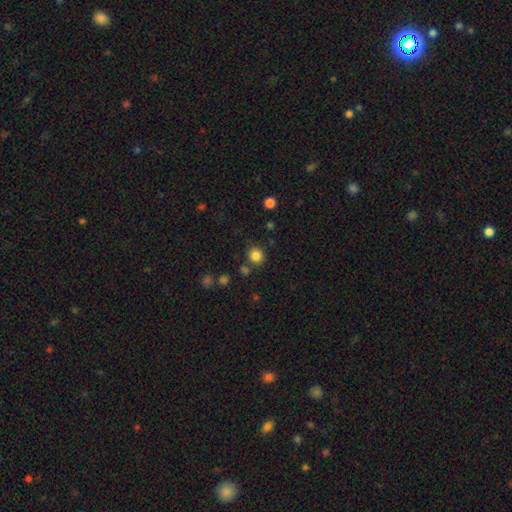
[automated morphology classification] Smooth or featured: smooth — 83% (star or artifact — 12%)
How rounded: round — 83% (in between — 16%)
Merging: none — 80% (minor disturbance — 10%)